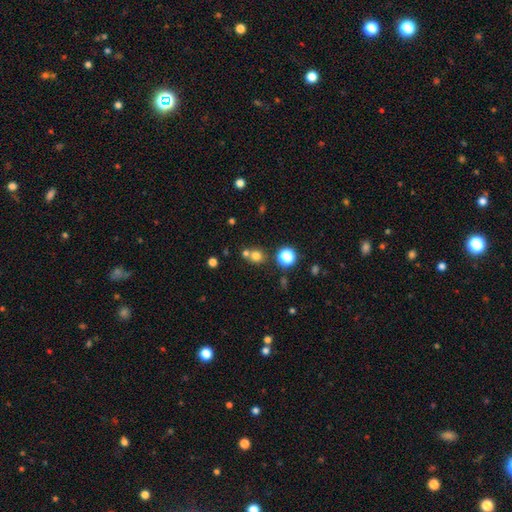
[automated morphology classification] Smooth or featured? Predicted: smooth (p=0.73). How rounded? Predicted: round (p=0.86). Merging? Predicted: none (p=0.58).